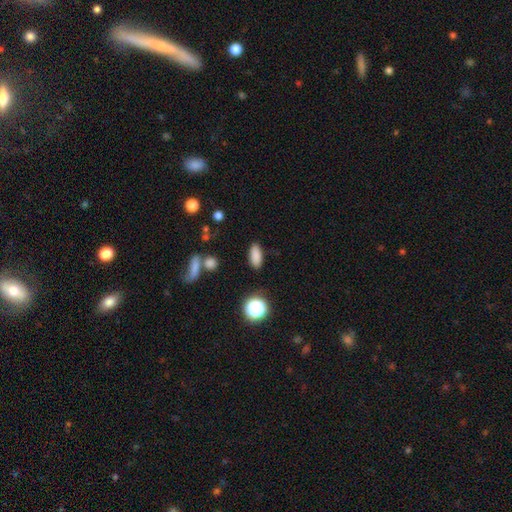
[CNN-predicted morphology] Q: Smooth or featured?
A: smooth (85%); runner-up: star or artifact (10%)
Q: How rounded?
A: in between (79%); runner-up: cigar-shaped (15%)
Q: Merging?
A: none (87%); runner-up: minor disturbance (8%)